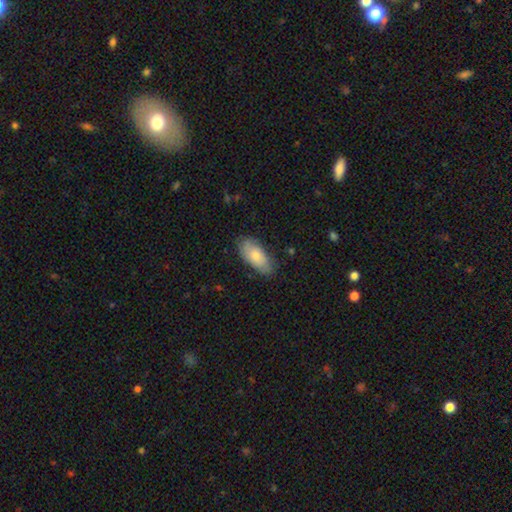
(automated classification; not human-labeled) A smooth galaxy with no disk features (75%) that is in between round and cigar-shaped (91%). Merging: none (76%).